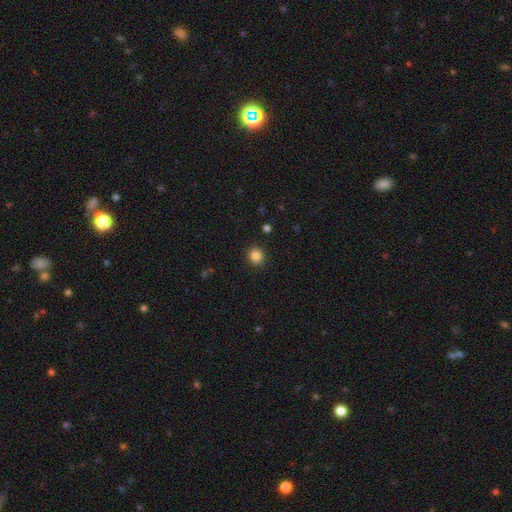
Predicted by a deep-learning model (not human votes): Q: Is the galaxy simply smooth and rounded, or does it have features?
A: smooth — 85%.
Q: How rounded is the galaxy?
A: round — 80%.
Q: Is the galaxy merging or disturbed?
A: none — 90%.